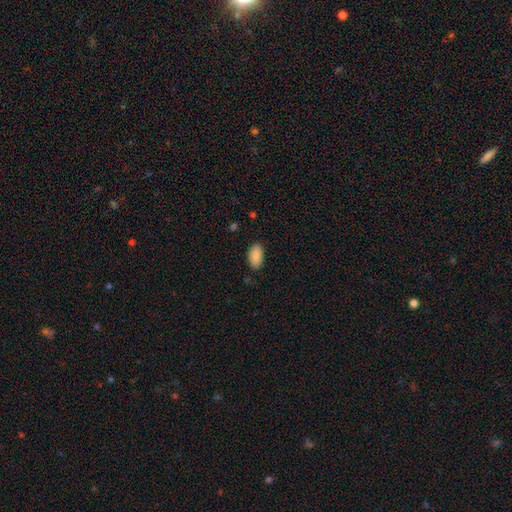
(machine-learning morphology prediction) Smooth or featured: smooth — 89% (star or artifact — 7%)
How rounded: in between — 94% (round — 4%)
Merging: none — 85% (minor disturbance — 11%)